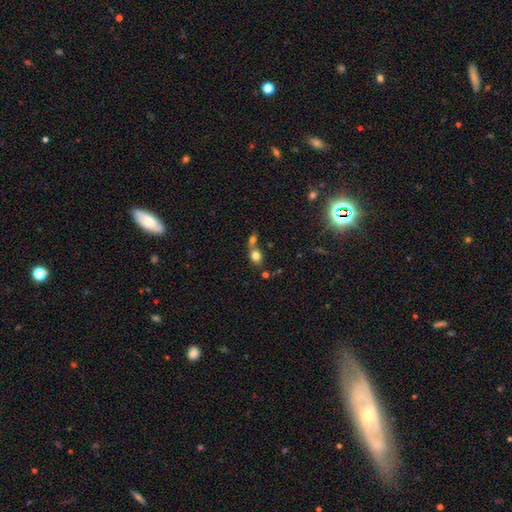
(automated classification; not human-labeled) This is likely a smooth galaxy (77%). How rounded: possibly round (51%). Merging: possibly merger (49%).